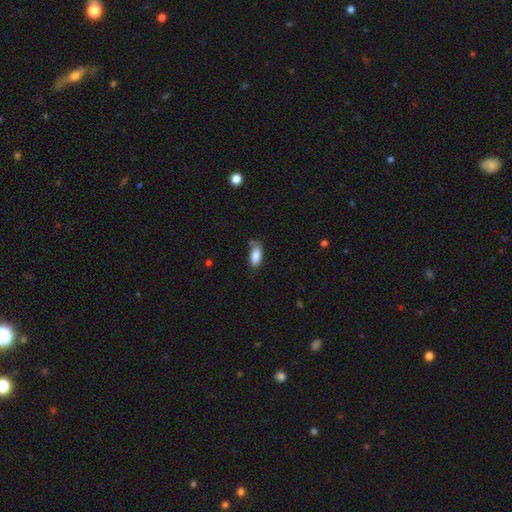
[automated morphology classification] Overall: smooth (86%). How rounded: in between (87%). Merging: none (67%).